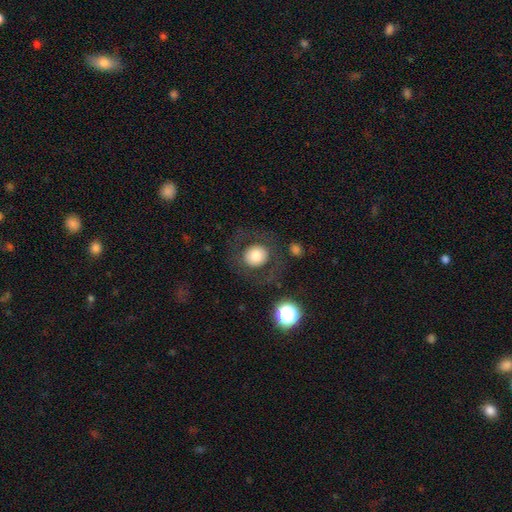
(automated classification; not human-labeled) smooth_or_featured: smooth (p=0.69) [alt: featured or disk p=0.21]
how_rounded: round (p=0.86) [alt: in between p=0.13]
merging: none (p=0.78) [alt: major disturbance p=0.11]